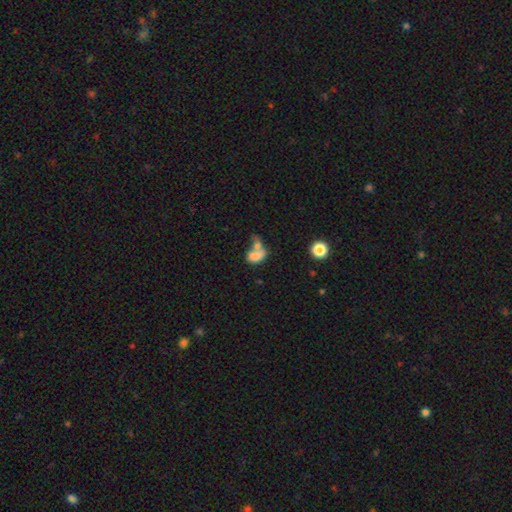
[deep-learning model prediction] smooth_or_featured: smooth (p=0.72) [alt: featured or disk p=0.18]
how_rounded: in between (p=0.82) [alt: round p=0.15]
merging: merger (p=0.64) [alt: none p=0.16]